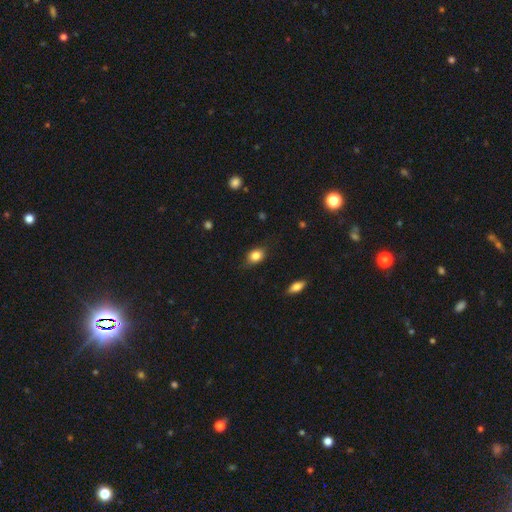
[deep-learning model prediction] Q: Smooth or featured?
A: smooth (84%); runner-up: star or artifact (9%)
Q: How rounded?
A: in between (65%); runner-up: round (33%)
Q: Merging?
A: none (80%); runner-up: minor disturbance (15%)